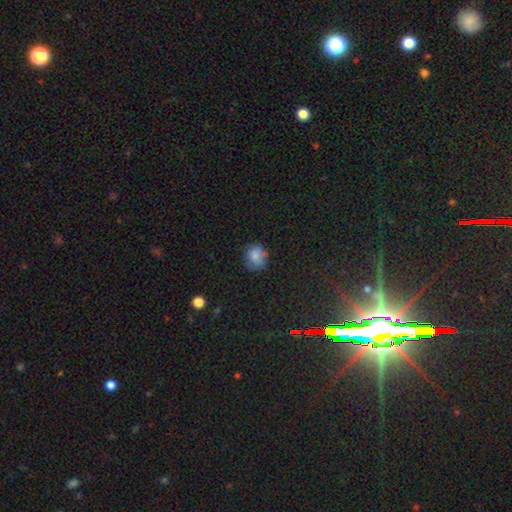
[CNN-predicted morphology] Smooth or featured: smooth — 83% (star or artifact — 10%)
How rounded: round — 79% (in between — 20%)
Merging: none — 75% (minor disturbance — 19%)